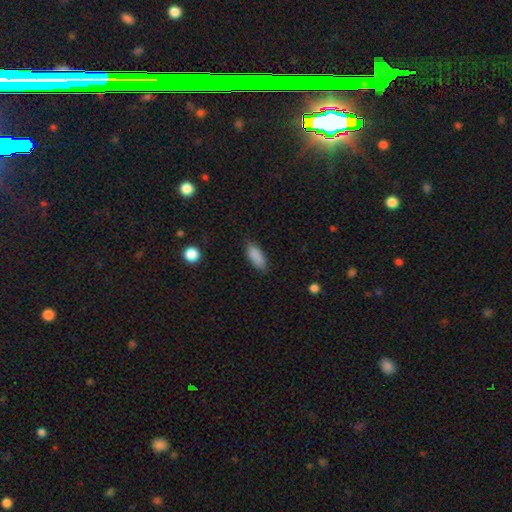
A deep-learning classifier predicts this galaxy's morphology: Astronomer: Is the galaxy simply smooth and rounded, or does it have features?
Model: smooth — 88%.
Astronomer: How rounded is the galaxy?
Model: in between — 81%.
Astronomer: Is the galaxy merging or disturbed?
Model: none — 79%.